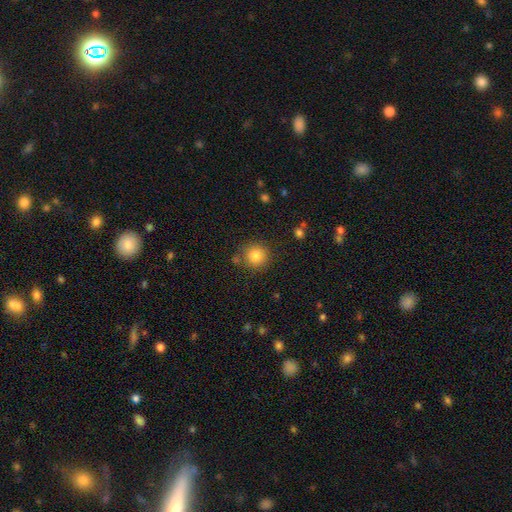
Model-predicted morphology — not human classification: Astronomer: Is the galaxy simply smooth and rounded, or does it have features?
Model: smooth — 83%.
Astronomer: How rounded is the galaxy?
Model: round — 93%.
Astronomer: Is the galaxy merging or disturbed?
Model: none — 82%.